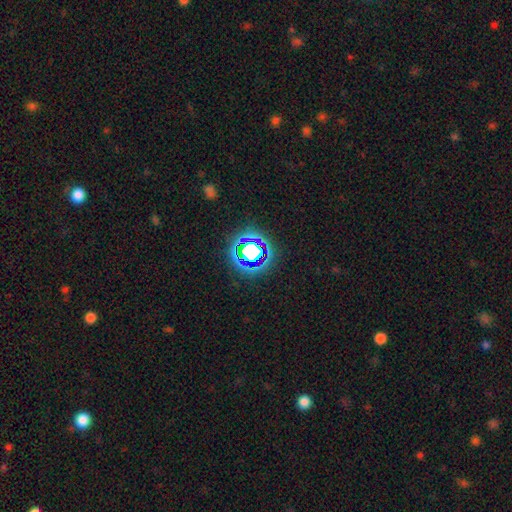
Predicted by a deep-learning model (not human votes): Smooth or featured?
  - star or artifact: 59% *
  - smooth: 26%
  - featured or disk: 14%